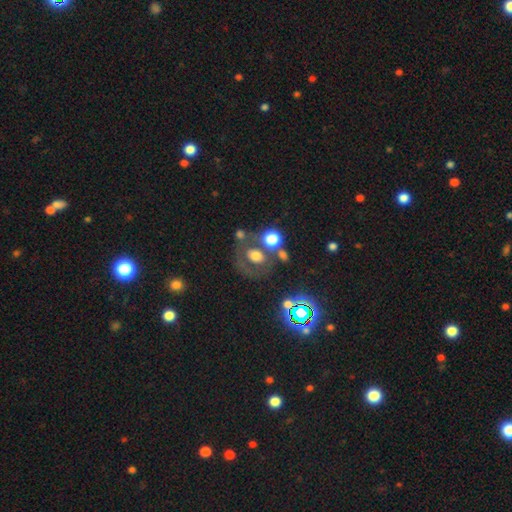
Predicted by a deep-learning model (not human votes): smooth_or_featured: smooth (p=0.53) [alt: featured or disk p=0.29]
how_rounded: round (p=0.64) [alt: in between p=0.35]
merging: none (p=0.52) [alt: merger p=0.20]